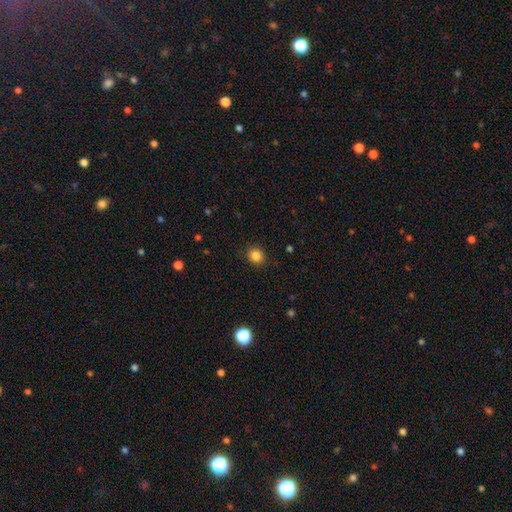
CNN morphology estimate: Smooth or featured? Predicted: smooth (p=0.85). How rounded? Predicted: round (p=0.85). Merging? Predicted: none (p=0.90).